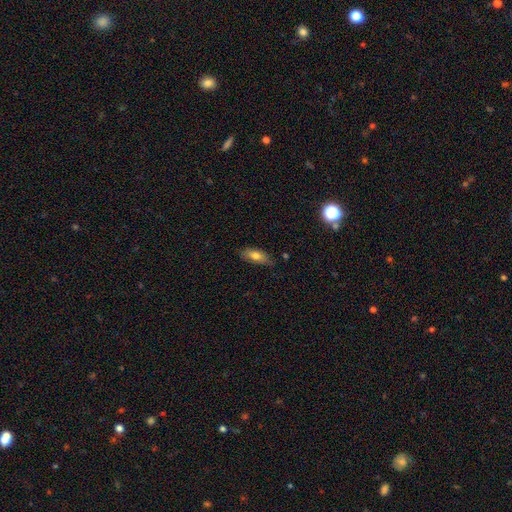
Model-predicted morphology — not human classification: Smooth or featured? Predicted: smooth (p=0.73). How rounded? Predicted: in between (p=0.71). Merging? Predicted: none (p=0.76).